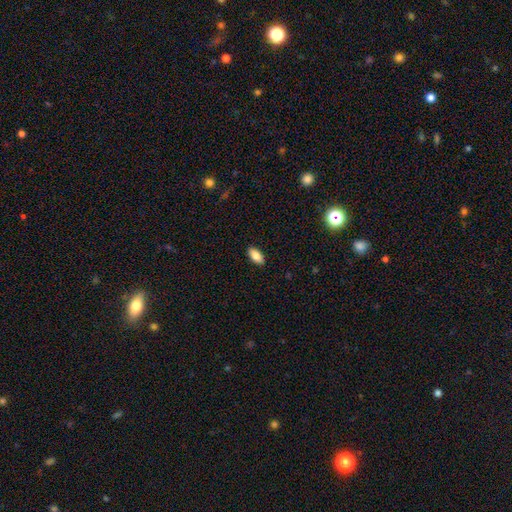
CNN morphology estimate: Overall: smooth (84%). How rounded: in between (91%). Merging: none (90%).